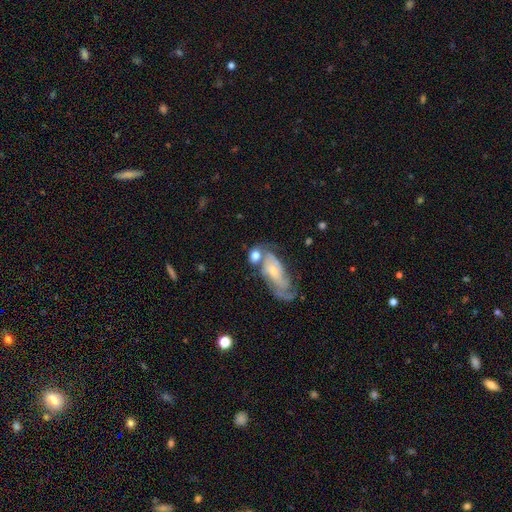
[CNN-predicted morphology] smooth_or_featured: smooth (p=0.56) [alt: featured or disk p=0.36]
how_rounded: in between (p=0.54) [alt: round p=0.40]
merging: none (p=0.38) [alt: merger p=0.36]